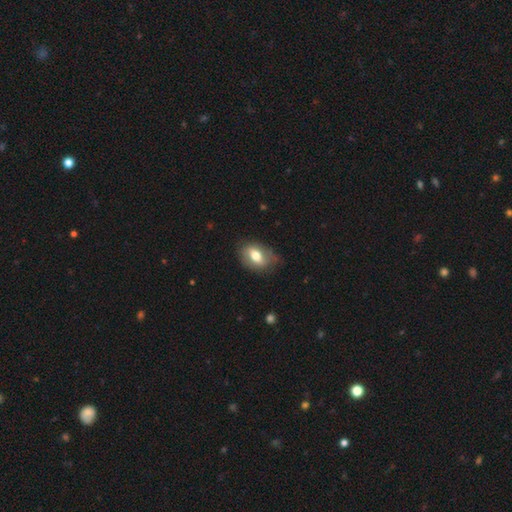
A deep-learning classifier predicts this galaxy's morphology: Smooth or featured? Predicted: smooth (p=0.62). How rounded? Predicted: in between (p=0.81). Merging? Predicted: none (p=0.70).